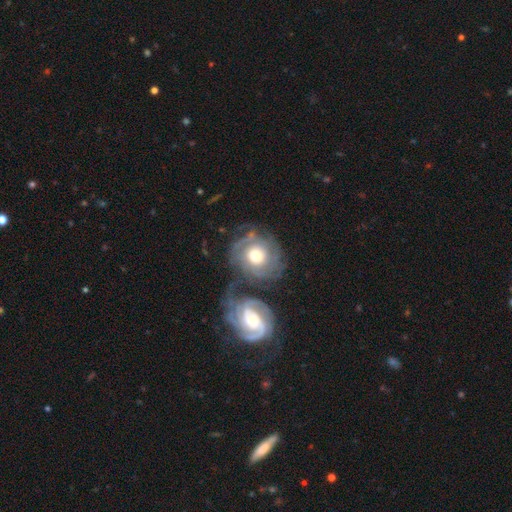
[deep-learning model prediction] A featured or disk galaxy (74%) with no bar (78%), tight (60%) spiral arms (88%) and a moderate central bulge (57%).

Vote fractions:
- Smooth or featured? featured or disk: 74% / smooth: 20% / star or artifact: 6%
- Edge-on disk? no: 97% / yes: 3%
- Bar? no: 78% / weak: 17% / strong: 4%
- Spiral arms? yes: 88% / no: 12%
- Spiral winding? tight: 60% / medium: 30% / loose: 10%
- Spiral arm count? can't tell: 33% / 3: 23% / 2: 23% / 4: 9% / 1: 6% / more than 4: 6%
- Bulge size? moderate: 57% / large: 32% / small: 7% / dominant: 3% / none: 1%
- Merging? none: 46% / merger: 27% / minor disturbance: 15% / major disturbance: 12%